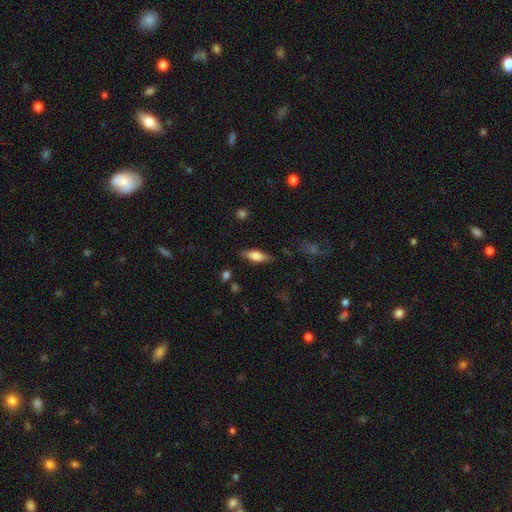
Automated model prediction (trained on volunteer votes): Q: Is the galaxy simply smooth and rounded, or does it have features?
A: smooth — 58%.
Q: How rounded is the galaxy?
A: in between — 62%.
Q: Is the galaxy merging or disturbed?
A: none — 83%.